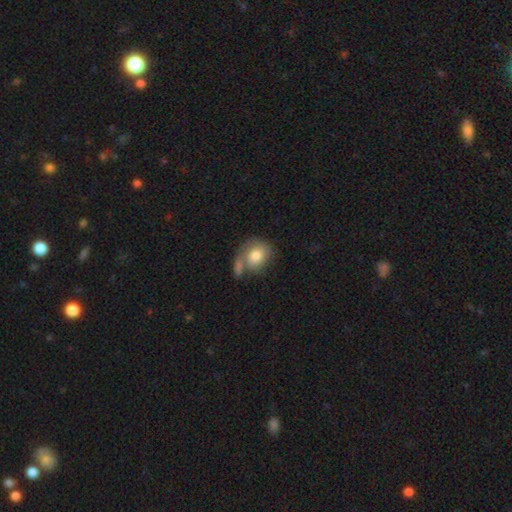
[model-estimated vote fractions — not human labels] smooth-or-featured: smooth: 78% | featured or disk: 15% | star or artifact: 6%
  how-rounded: round: 71% | in between: 27% | cigar-shaped: 1%
  merging: none: 44% | merger: 30% | minor disturbance: 16% | major disturbance: 10%